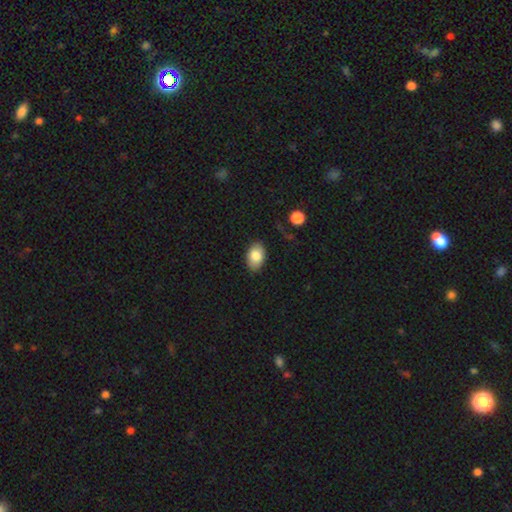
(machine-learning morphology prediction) Smooth or featured: smooth — 83% (featured or disk — 10%)
How rounded: in between — 88% (round — 11%)
Merging: none — 83% (minor disturbance — 13%)